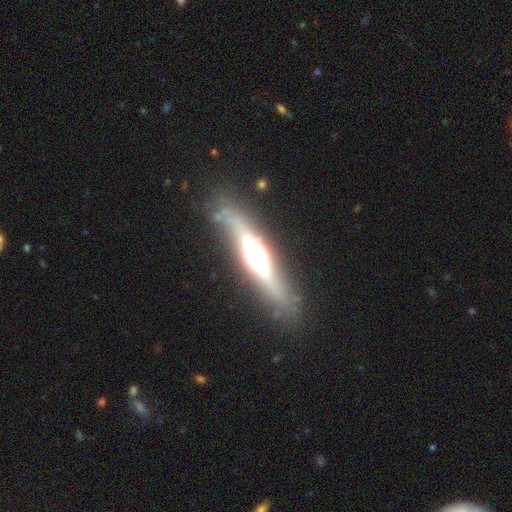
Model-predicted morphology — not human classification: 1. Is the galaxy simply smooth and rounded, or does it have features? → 72% featured or disk, 21% smooth, 7% star or artifact.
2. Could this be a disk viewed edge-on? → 92% yes, 8% no.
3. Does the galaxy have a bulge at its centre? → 82% rounded, 13% boxy, 5% none.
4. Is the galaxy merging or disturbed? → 81% none, 12% minor disturbance, 4% major disturbance, 2% merger.